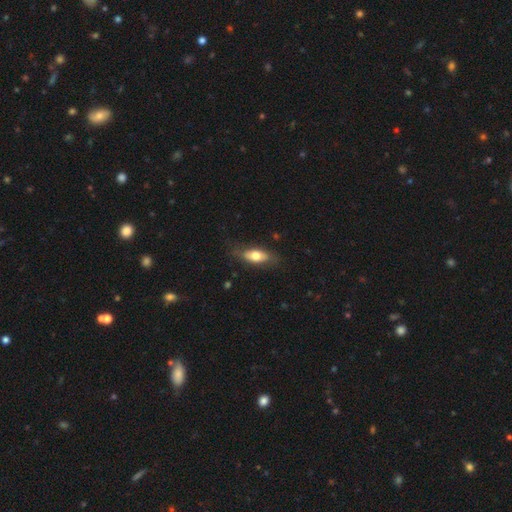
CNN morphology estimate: A smooth galaxy with no disk features (64%) that is in between round and cigar-shaped (77%). Merging: none (74%).